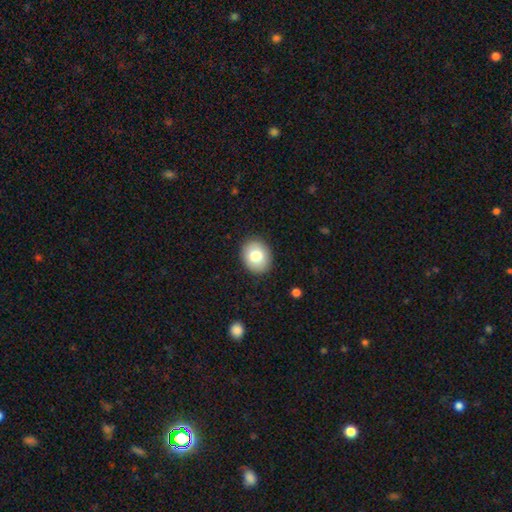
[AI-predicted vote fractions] This is likely a smooth galaxy (78%). How rounded: possibly round (57%). Merging: clearly none (90%).